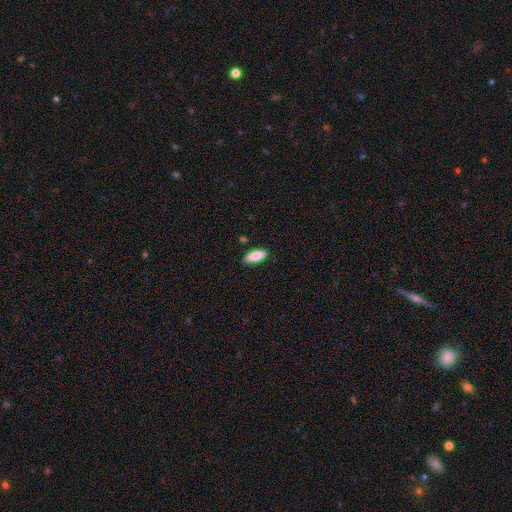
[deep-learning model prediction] smooth_or_featured: smooth (p=0.85) [alt: featured or disk p=0.09]
how_rounded: in between (p=0.78) [alt: cigar-shaped p=0.20]
merging: none (p=0.85) [alt: minor disturbance p=0.11]